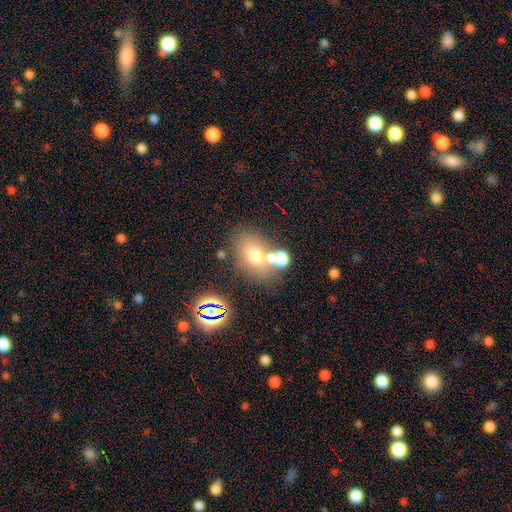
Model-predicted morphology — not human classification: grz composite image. It shows a smooth galaxy with no disk features (62%) that is in between round and cigar-shaped (67%). Merging: none (54%).